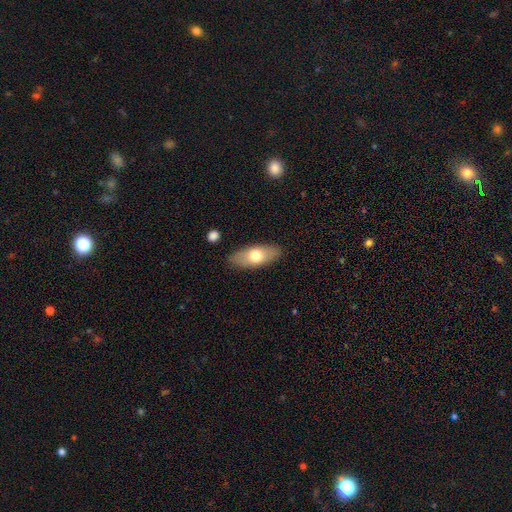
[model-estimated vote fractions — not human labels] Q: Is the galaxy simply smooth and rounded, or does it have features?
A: smooth — 65%.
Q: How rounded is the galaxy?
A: in between — 80%.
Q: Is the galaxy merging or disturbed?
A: none — 86%.